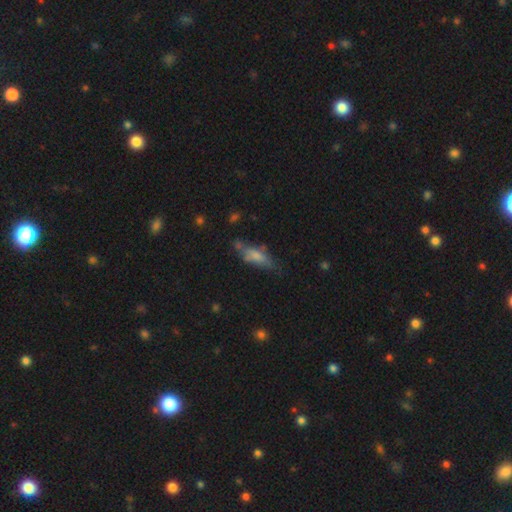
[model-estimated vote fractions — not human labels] Smooth or featured? Predicted: smooth (p=0.66). How rounded? Predicted: in between (p=0.58). Merging? Predicted: none (p=0.49).